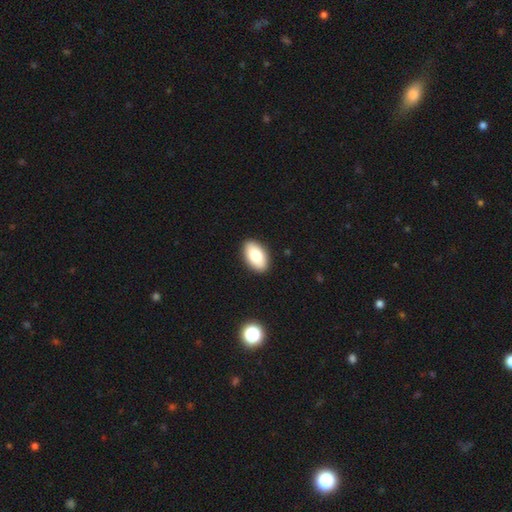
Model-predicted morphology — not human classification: smooth 84%, featured or disk 9%, star or artifact 7%. Down the decision tree: how rounded — in between (95%); merging — none (90%).